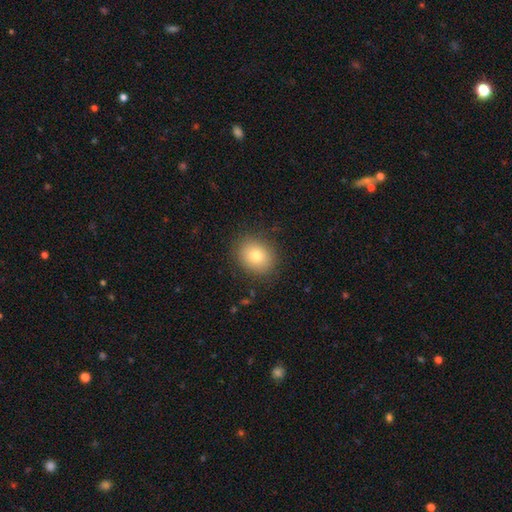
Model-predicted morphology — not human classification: Q: Smooth or featured?
A: smooth (77%); runner-up: featured or disk (12%)
Q: How rounded?
A: round (65%); runner-up: in between (35%)
Q: Merging?
A: none (87%); runner-up: minor disturbance (9%)